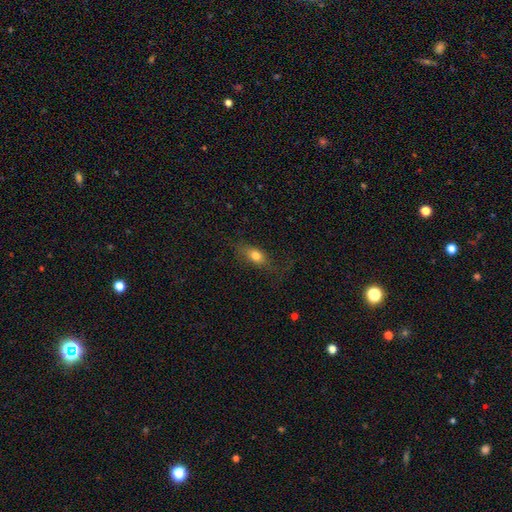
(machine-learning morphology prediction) smooth-or-featured: smooth: 74% | featured or disk: 17% | star or artifact: 9%
  how-rounded: in between: 77% | cigar-shaped: 14% | round: 9%
  merging: none: 62% | minor disturbance: 22% | major disturbance: 14% | merger: 2%